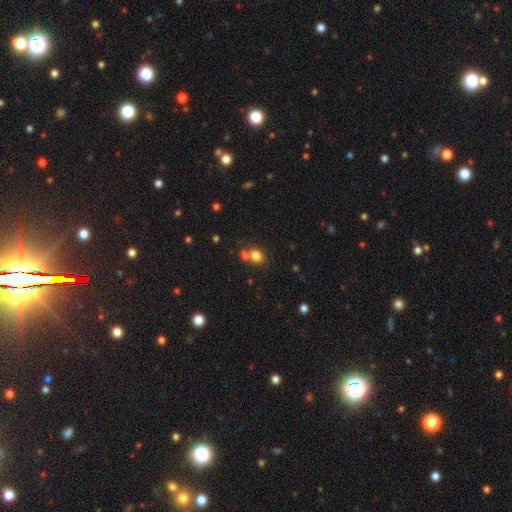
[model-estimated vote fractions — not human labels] This appears to be a smooth galaxy with no disk features (79%) that is round (62%). Merging: none (55%).